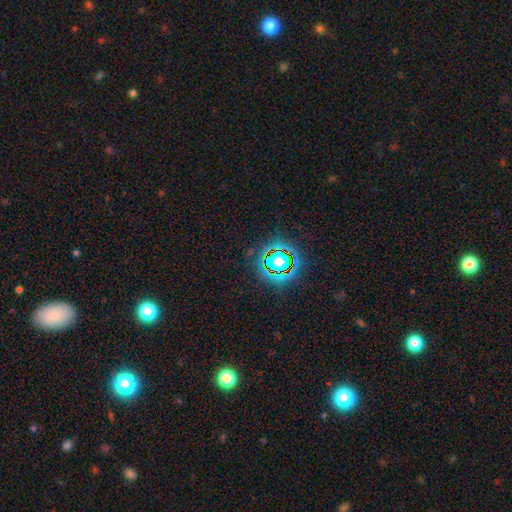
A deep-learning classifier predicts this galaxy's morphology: star or artifact 79%, smooth 13%, featured or disk 8%.